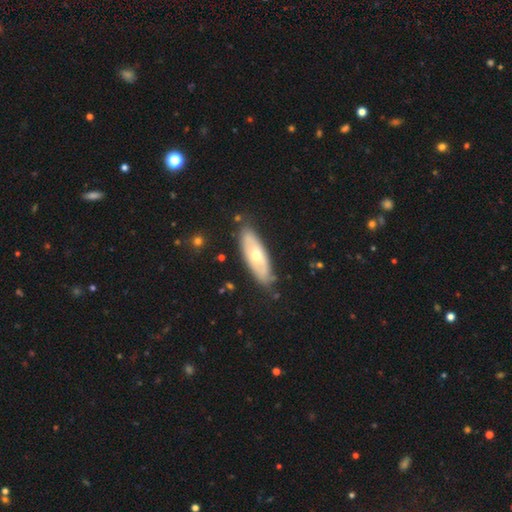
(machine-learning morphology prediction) Smooth or featured?
  - featured or disk: 49% *
  - smooth: 45%
  - star or artifact: 6%
Merging?
  - none: 81% *
  - minor disturbance: 14%
  - major disturbance: 3%
  - merger: 2%